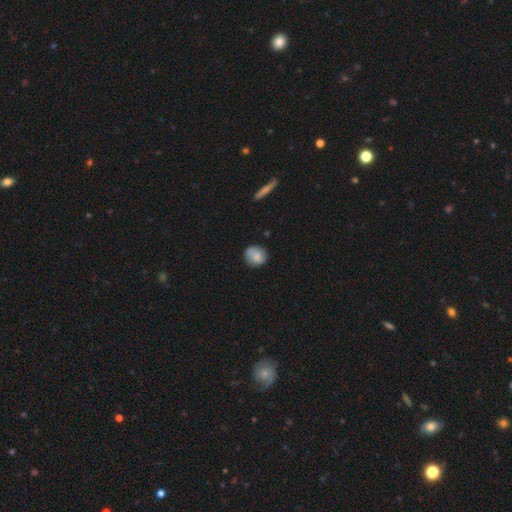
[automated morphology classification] Q: Smooth or featured?
A: smooth (78%); runner-up: featured or disk (14%)
Q: How rounded?
A: round (80%); runner-up: in between (19%)
Q: Merging?
A: none (73%); runner-up: minor disturbance (21%)